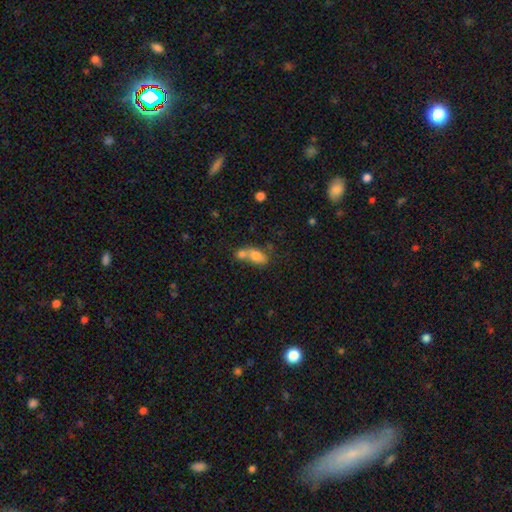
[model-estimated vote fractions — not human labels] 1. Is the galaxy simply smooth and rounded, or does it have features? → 74% smooth, 16% featured or disk, 10% star or artifact.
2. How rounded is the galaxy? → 78% in between, 16% round, 7% cigar-shaped.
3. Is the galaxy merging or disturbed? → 61% merger, 25% none, 9% minor disturbance, 5% major disturbance.